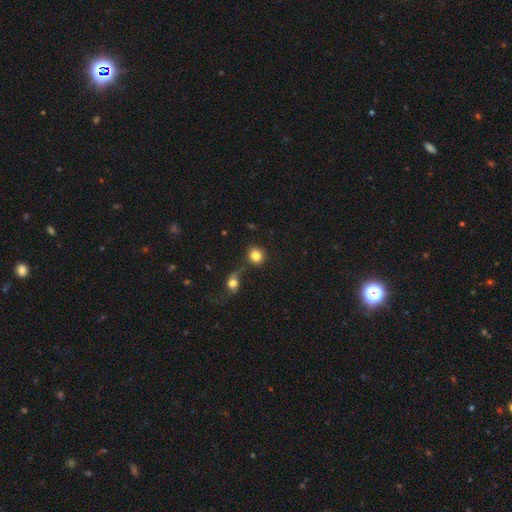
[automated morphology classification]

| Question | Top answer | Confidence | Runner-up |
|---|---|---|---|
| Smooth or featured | smooth | 83% | star or artifact (9%) |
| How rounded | round | 87% | in between (12%) |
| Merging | none | 59% | merger (24%) |